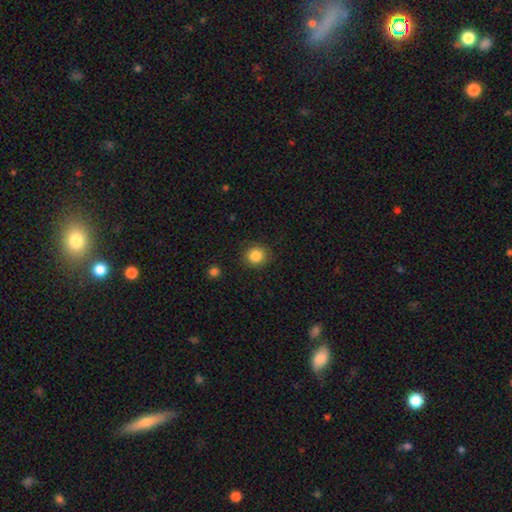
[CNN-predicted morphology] A smooth galaxy with no disk features (85%) that is round (87%). Merging: none (88%).